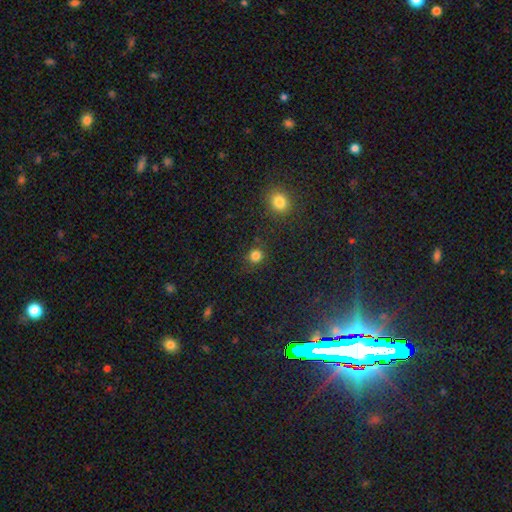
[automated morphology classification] The model was most divided on "smooth or featured": smooth: 81%, star or artifact: 15%, featured or disk: 4%. More confident: how rounded — round (89%); merging — none (84%).